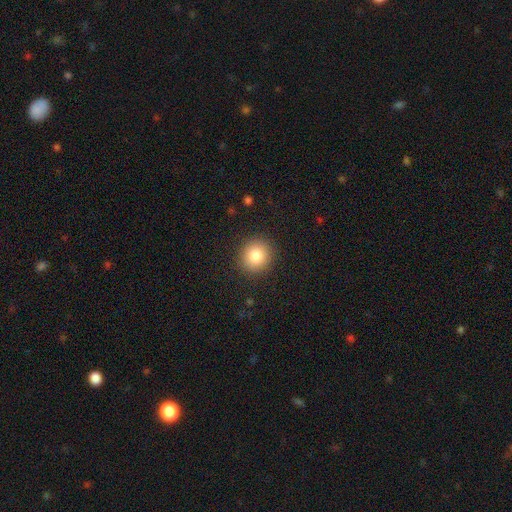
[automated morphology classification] smooth 84%, star or artifact 9%, featured or disk 6%. Down the decision tree: how rounded — round (87%); merging — none (90%).